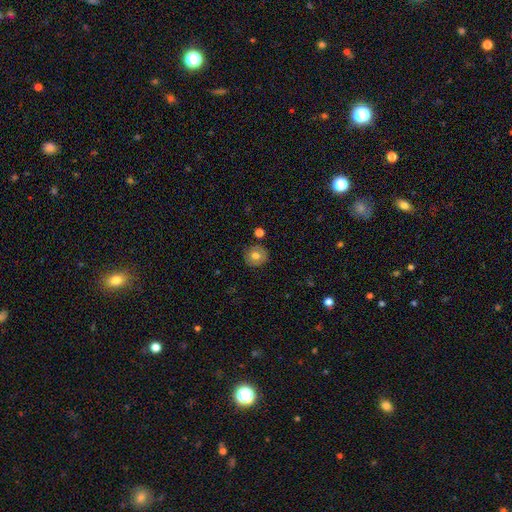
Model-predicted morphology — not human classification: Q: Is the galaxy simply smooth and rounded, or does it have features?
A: smooth — 66%.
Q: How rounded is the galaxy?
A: round — 86%.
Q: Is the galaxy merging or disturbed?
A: none — 85%.